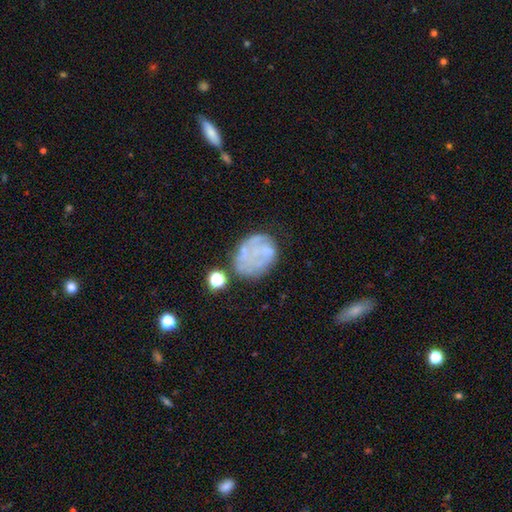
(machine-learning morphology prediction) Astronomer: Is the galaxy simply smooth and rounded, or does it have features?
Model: featured or disk — 51% (runner-up: smooth, 37%).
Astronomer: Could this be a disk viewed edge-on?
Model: no — 97%.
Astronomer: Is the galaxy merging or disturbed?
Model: none — 54%.